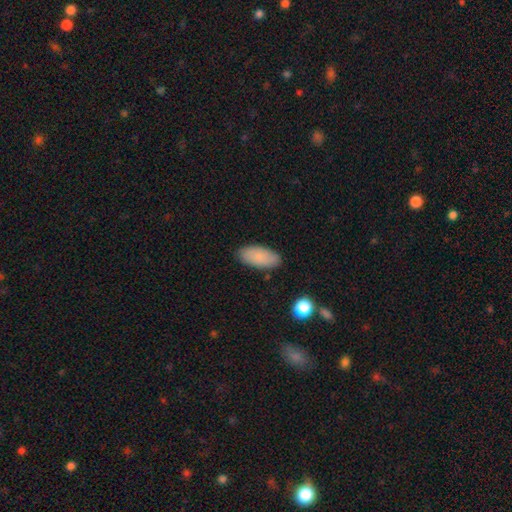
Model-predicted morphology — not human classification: Overall: smooth (84%). How rounded: in between (90%). Merging: none (86%).